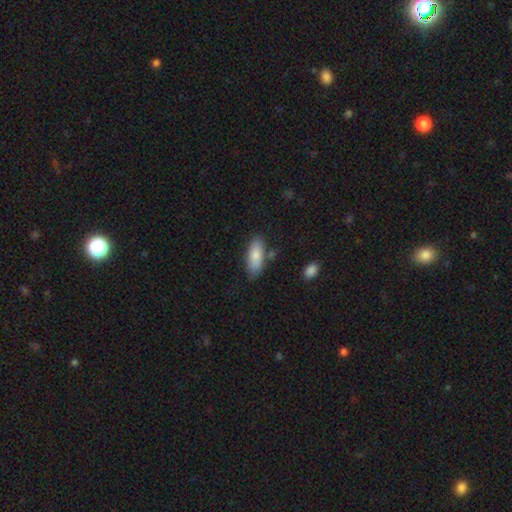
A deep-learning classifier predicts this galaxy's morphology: A smooth galaxy with no disk features (83%) that is in between round and cigar-shaped (80%).

Vote fractions:
- Smooth or featured? smooth: 83% / featured or disk: 11% / star or artifact: 6%
- How rounded? in between: 80% / cigar-shaped: 18% / round: 2%
- Merging? none: 76% / minor disturbance: 16% / merger: 5% / major disturbance: 3%